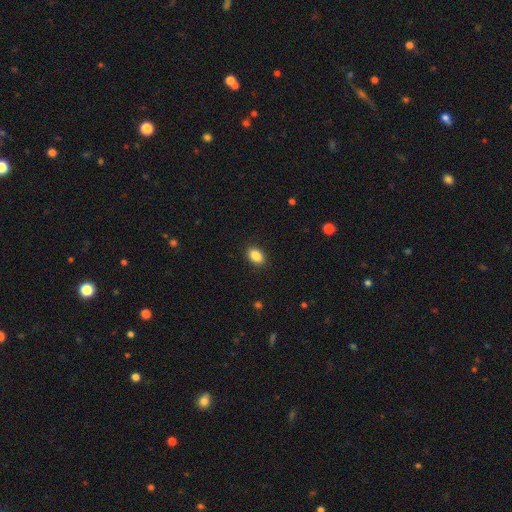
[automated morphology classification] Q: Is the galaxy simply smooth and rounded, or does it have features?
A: smooth — 88%.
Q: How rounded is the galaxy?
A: in between — 87%.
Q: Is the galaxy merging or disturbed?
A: none — 89%.